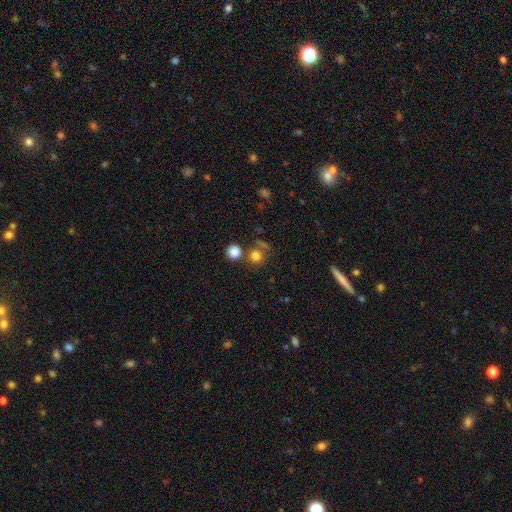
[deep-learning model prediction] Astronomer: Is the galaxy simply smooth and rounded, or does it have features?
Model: smooth — 78%.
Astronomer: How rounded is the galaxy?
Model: round — 88%.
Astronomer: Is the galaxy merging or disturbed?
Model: none — 66%.